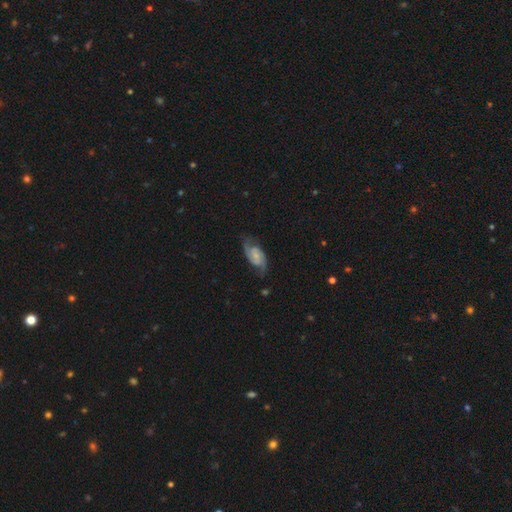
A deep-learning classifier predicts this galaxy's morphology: A featured or disk galaxy (83%) with no bar (52%), 2 (91%) medium (50%) spiral arms (97%) and a small central bulge (58%).

Vote fractions:
- Smooth or featured? featured or disk: 83% / smooth: 12% / star or artifact: 6%
- Edge-on disk? no: 96% / yes: 4%
- Bar? no: 52% / weak: 39% / strong: 9%
- Spiral arms? yes: 97% / no: 3%
- Spiral winding? medium: 50% / tight: 30% / loose: 20%
- Spiral arm count? 2: 91% / can't tell: 4% / 3: 2% / 1: 1% / 4: 1% / more than 4: 1%
- Bulge size? small: 58% / moderate: 25% / none: 13% / large: 2% / dominant: 1%
- Merging? none: 74% / minor disturbance: 18% / major disturbance: 7% / merger: 2%